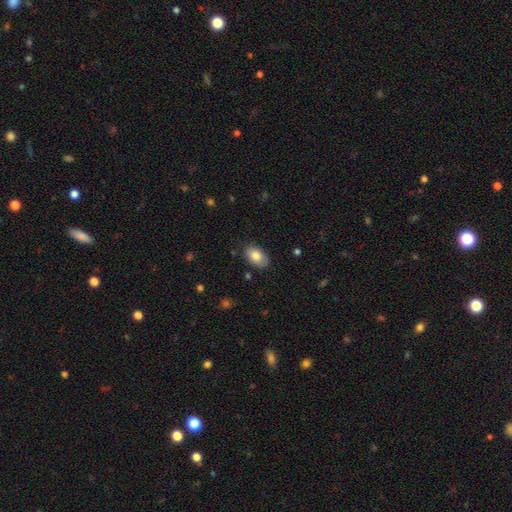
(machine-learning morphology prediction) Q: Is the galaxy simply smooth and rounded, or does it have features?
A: smooth — 82%.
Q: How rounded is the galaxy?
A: in between — 92%.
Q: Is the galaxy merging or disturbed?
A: none — 81%.